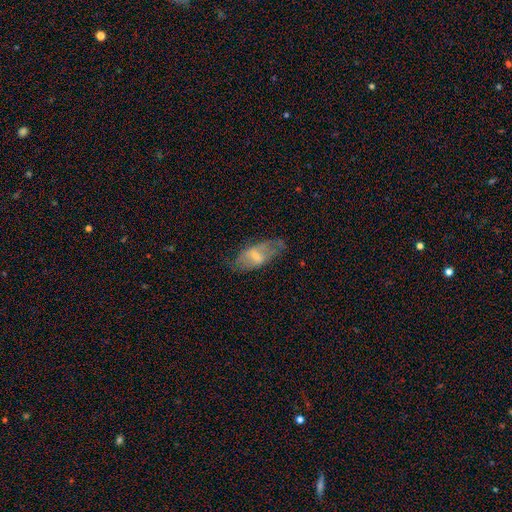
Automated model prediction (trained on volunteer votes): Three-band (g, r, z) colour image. It shows a featured or disk galaxy (48%). Merging: none (56%).